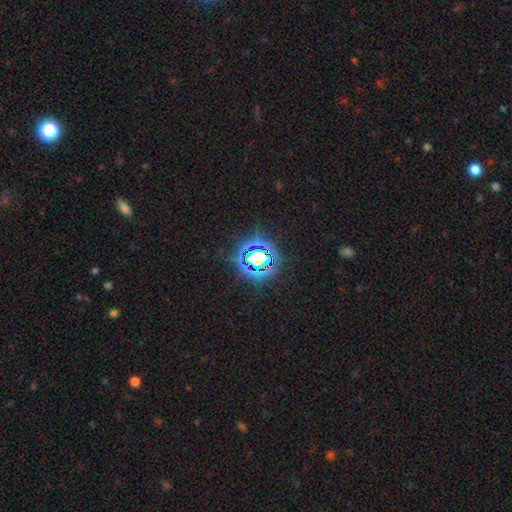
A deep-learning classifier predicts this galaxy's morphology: smooth-or-featured: star or artifact: 77% | smooth: 14% | featured or disk: 10%